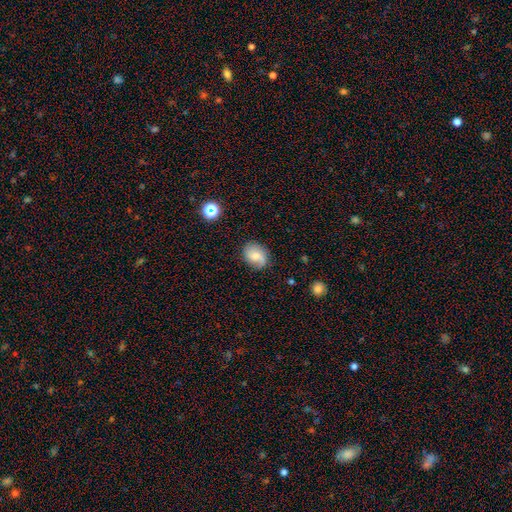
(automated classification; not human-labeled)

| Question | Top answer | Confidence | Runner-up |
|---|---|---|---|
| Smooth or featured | smooth | 57% | featured or disk (33%) |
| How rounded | in between | 58% | round (41%) |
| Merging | none | 74% | minor disturbance (19%) |